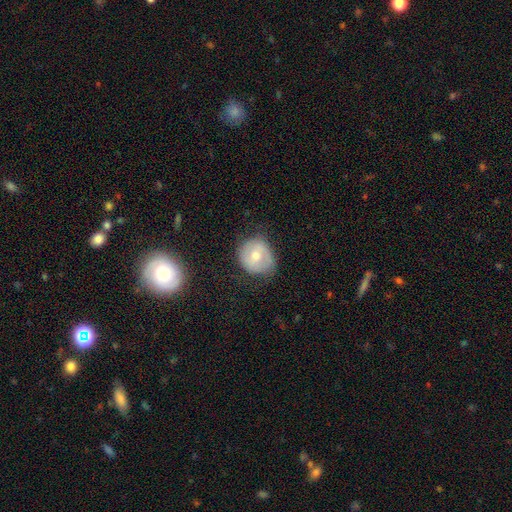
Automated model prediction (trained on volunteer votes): Smooth or featured?
  - smooth: 55% *
  - featured or disk: 38%
  - star or artifact: 7%
How rounded?
  - round: 76% *
  - in between: 23%
  - cigar-shaped: 1%
Merging?
  - none: 66% *
  - minor disturbance: 25%
  - major disturbance: 8%
  - merger: 1%